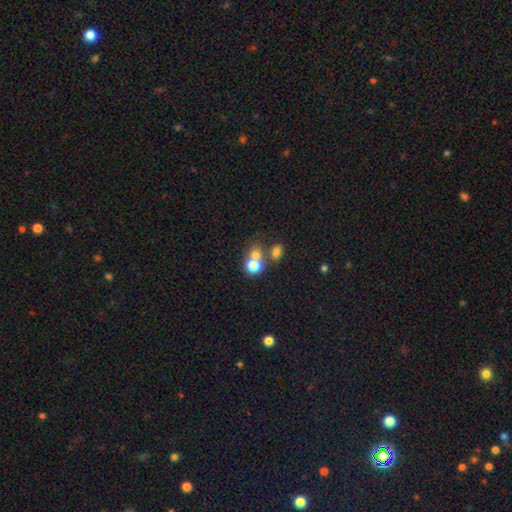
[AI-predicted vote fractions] Smooth or featured?
  - smooth: 73% *
  - featured or disk: 14%
  - star or artifact: 13%
How rounded?
  - round: 72% *
  - in between: 27%
  - cigar-shaped: 1%
Merging?
  - merger: 52% *
  - none: 37%
  - minor disturbance: 7%
  - major disturbance: 4%